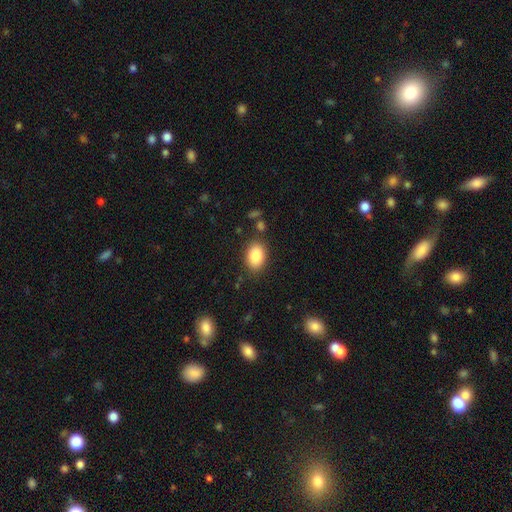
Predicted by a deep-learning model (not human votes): Smooth or featured? smooth (87%)
How rounded? in between (83%)
Merging? none (84%)